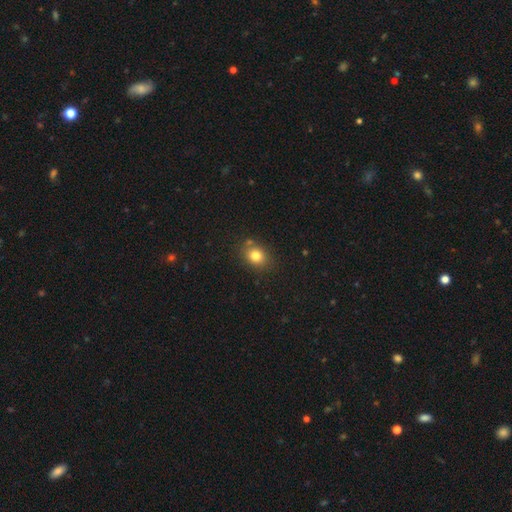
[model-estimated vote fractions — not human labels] smooth_or_featured: smooth (p=0.80) [alt: star or artifact p=0.12]
how_rounded: round (p=0.56) [alt: in between p=0.43]
merging: none (p=0.77) [alt: minor disturbance p=0.13]